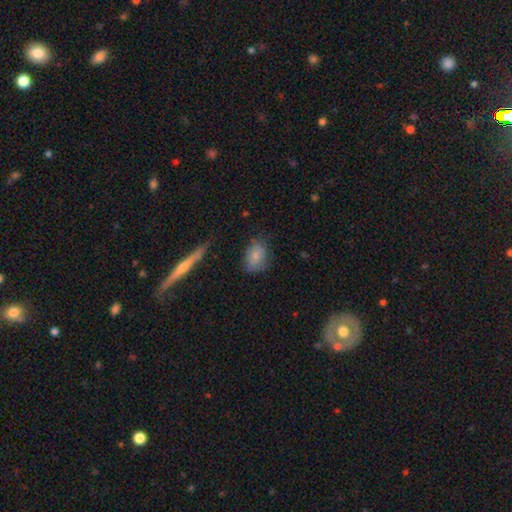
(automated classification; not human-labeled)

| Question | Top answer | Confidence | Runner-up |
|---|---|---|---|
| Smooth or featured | smooth | 76% | featured or disk (16%) |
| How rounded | in between | 75% | round (22%) |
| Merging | none | 68% | minor disturbance (22%) |